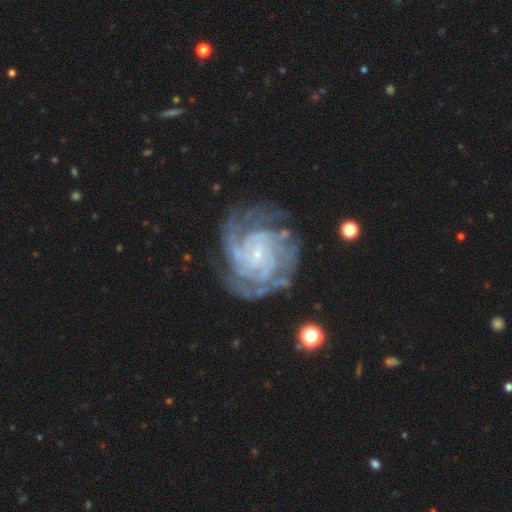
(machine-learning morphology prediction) The model was most divided on "spiral arm count": can't tell: 25%, 4: 23%, 3: 20%, 2: 14%, more than 4: 11%, 1: 7%. More confident: edge-on disk — no (98%); spiral arms — yes (97%); smooth or featured — featured or disk (88%); bulge size — small (81%); merging — none (71%); spiral winding — tight (68%); bar — no (63%).